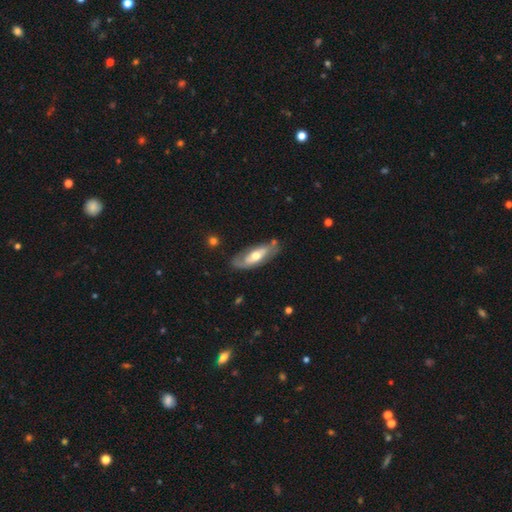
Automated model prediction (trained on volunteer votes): The model was most divided on "smooth or featured": featured or disk: 57%, smooth: 38%, star or artifact: 5%. More confident: edge-on disk — no (75%); merging — none (72%).